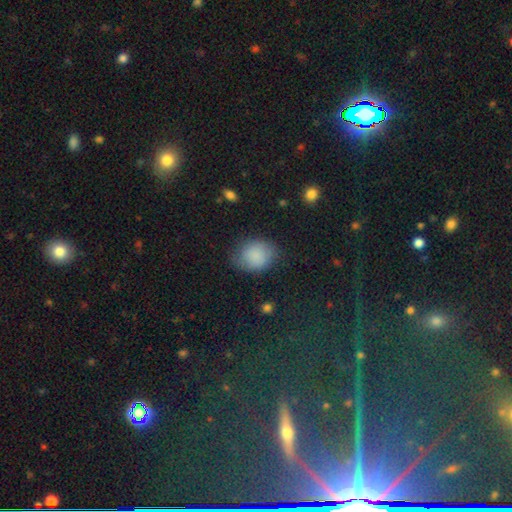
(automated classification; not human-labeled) smooth 83%, featured or disk 9%, star or artifact 8%. Down the decision tree: how rounded — in between (53%); merging — none (66%).